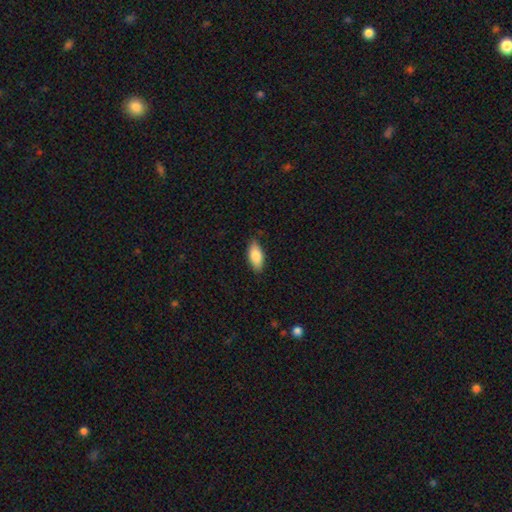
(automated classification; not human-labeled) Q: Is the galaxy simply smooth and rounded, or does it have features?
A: smooth — 84%.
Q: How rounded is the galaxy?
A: in between — 88%.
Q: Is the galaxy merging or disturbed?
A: none — 82%.